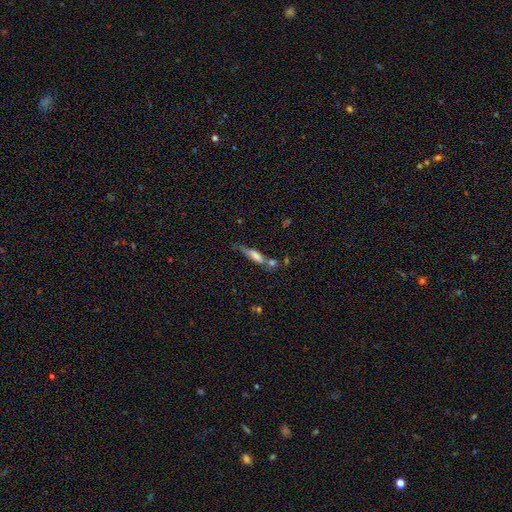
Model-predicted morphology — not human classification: Smooth or featured: smooth — 57% (featured or disk — 33%)
How rounded: cigar-shaped — 72% (in between — 25%)
Merging: none — 40% (merger — 26%)